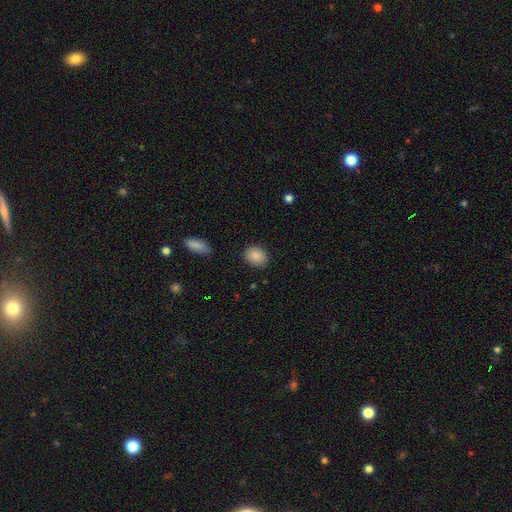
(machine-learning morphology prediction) Smooth or featured?
  - smooth: 87% *
  - star or artifact: 8%
  - featured or disk: 5%
How rounded?
  - in between: 54% *
  - round: 45%
  - cigar-shaped: 1%
Merging?
  - none: 86% *
  - minor disturbance: 10%
  - major disturbance: 3%
  - merger: 1%